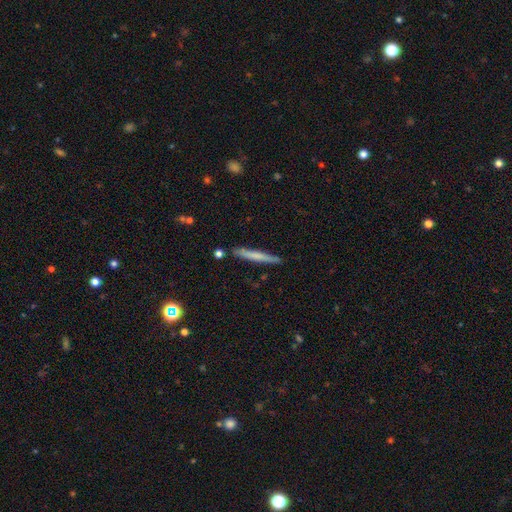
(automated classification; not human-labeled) Overall: smooth (60%; featured or disk 34%). How rounded: cigar-shaped (96%). Merging: none (86%).